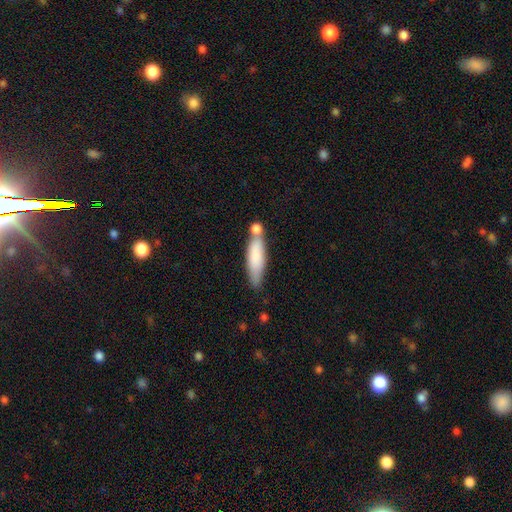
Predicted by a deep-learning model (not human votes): Overall: smooth (78%). How rounded: cigar-shaped (64%; in between 34%). Merging: none (49%; merger 29%).